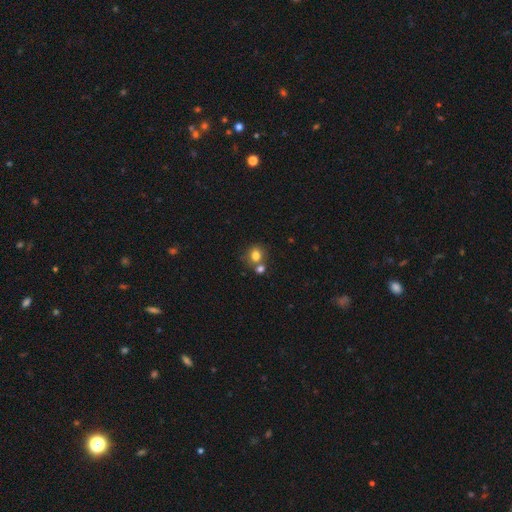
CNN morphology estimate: The model was most divided on "merging": none: 58%, merger: 28%, minor disturbance: 11%, major disturbance: 4%. More confident: smooth or featured — smooth (80%); how rounded — round (77%).